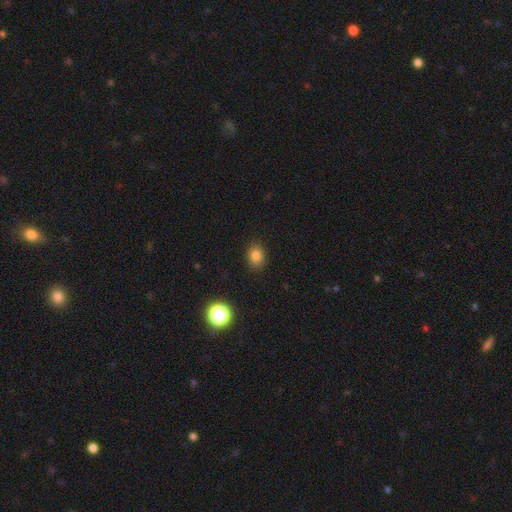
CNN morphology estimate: This appears to be a smooth galaxy with no disk features (80%) that is in between round and cigar-shaped (57%). Merging: none (87%).